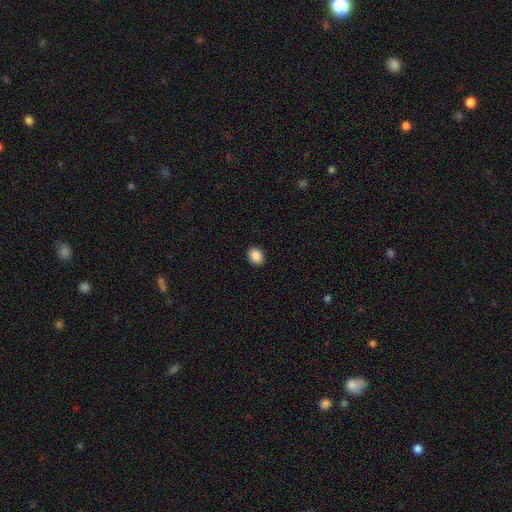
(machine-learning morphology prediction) Overall: smooth (89%). How rounded: in between (50%; round 49%). Merging: none (91%).